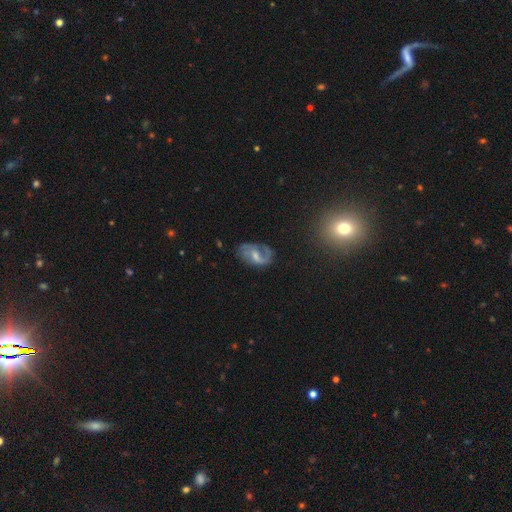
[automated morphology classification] A featured or disk galaxy (71%) with a weak bar (52%), 2 (58%) loose (44%) spiral arms (87%) and a moderate central bulge (43%).

Vote fractions:
- Smooth or featured? featured or disk: 71% / smooth: 21% / star or artifact: 8%
- Edge-on disk? no: 97% / yes: 3%
- Bar? weak: 52% / no: 36% / strong: 12%
- Spiral arms? yes: 87% / no: 13%
- Spiral winding? loose: 44% / medium: 41% / tight: 14%
- Spiral arm count? 2: 58% / 1: 25% / can't tell: 11% / 3: 3% / 4: 1% / more than 4: 1%
- Bulge size? moderate: 43% / small: 36% / none: 15% / large: 5% / dominant: 1%
- Merging? none: 55% / minor disturbance: 24% / major disturbance: 19% / merger: 3%